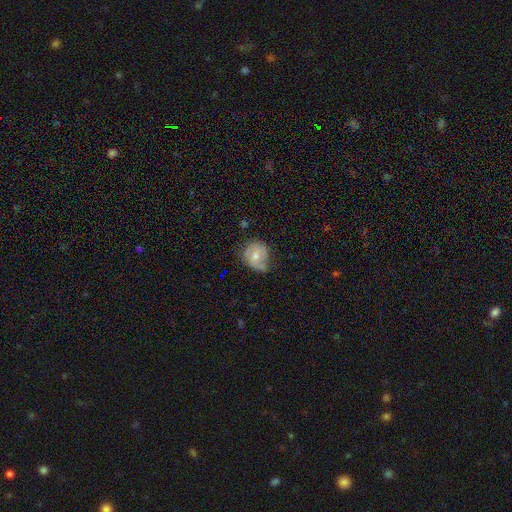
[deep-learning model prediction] Smooth or featured: smooth — 54% (featured or disk — 38%)
How rounded: round — 66% (in between — 33%)
Merging: none — 46% (minor disturbance — 38%)